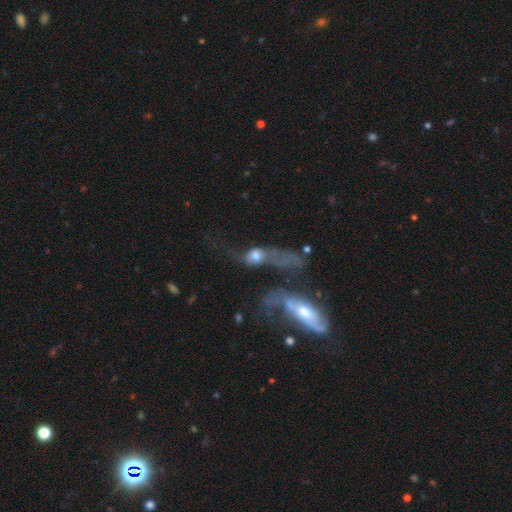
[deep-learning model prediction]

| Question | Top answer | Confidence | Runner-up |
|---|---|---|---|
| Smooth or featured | featured or disk | 55% | smooth (32%) |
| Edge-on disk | no | 72% | yes (28%) |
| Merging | merger | 46% | major disturbance (27%) |